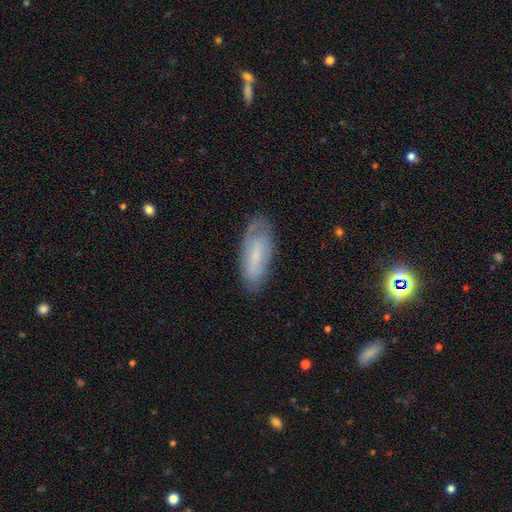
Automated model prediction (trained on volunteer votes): A smooth galaxy with no disk features (49%).

Vote fractions:
- Smooth or featured? smooth: 49% / featured or disk: 43% / star or artifact: 8%
- Merging? none: 69% / minor disturbance: 22% / major disturbance: 7% / merger: 2%